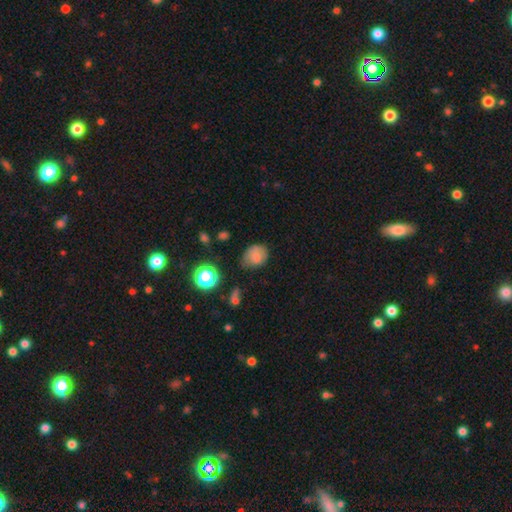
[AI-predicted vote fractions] smooth 76%, star or artifact 14%, featured or disk 10%. Down the decision tree: how rounded — round (52%); merging — none (59%).